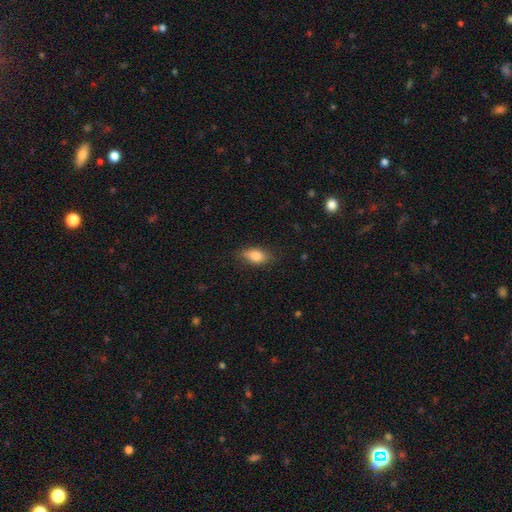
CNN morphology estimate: smooth_or_featured: smooth (p=0.81) [alt: featured or disk p=0.11]
how_rounded: in between (p=0.84) [alt: cigar-shaped p=0.09]
merging: none (p=0.77) [alt: minor disturbance p=0.18]